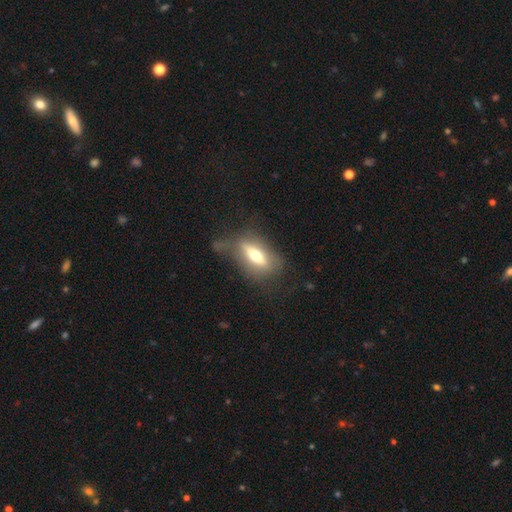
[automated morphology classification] A featured or disk galaxy (48%). Merging: none (51%).